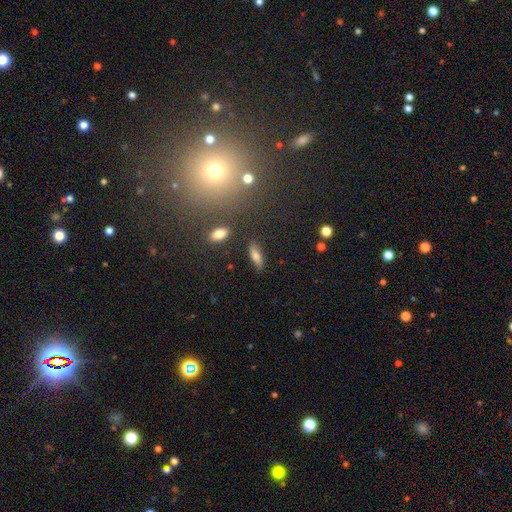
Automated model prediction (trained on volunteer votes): A smooth galaxy with no disk features (76%) that is in between round and cigar-shaped (62%). Merging: none (80%).